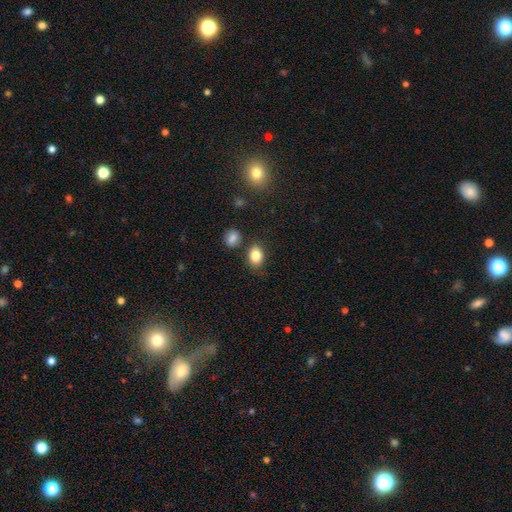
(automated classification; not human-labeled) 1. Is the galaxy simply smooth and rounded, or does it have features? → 84% smooth, 9% star or artifact, 7% featured or disk.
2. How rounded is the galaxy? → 72% in between, 26% round, 1% cigar-shaped.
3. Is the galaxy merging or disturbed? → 78% none, 12% minor disturbance, 7% merger, 3% major disturbance.